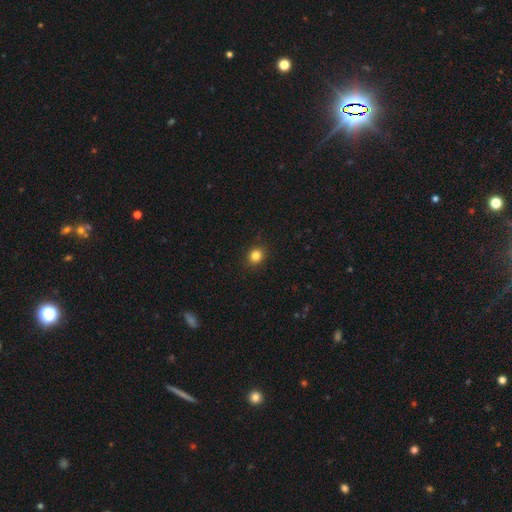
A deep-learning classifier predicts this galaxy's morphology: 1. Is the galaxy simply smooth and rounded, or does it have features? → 84% smooth, 12% star or artifact, 4% featured or disk.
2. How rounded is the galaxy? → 74% round, 25% in between, 1% cigar-shaped.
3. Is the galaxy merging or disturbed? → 90% none, 7% minor disturbance, 2% major disturbance, 1% merger.